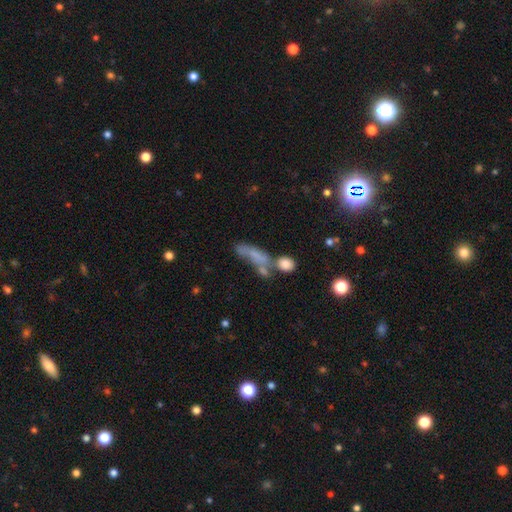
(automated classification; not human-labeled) Overall: smooth (59%; featured or disk 28%). How rounded: cigar-shaped (49%; in between 44%). Merging: merger (37%; none 30%).